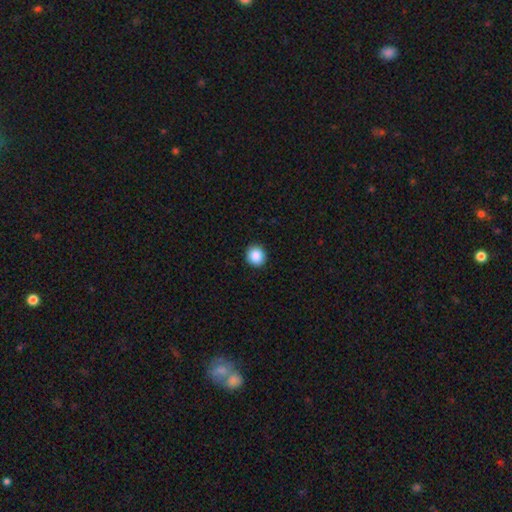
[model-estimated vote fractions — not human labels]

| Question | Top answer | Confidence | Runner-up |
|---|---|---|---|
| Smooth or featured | smooth | 88% | star or artifact (8%) |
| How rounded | round | 89% | in between (10%) |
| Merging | none | 92% | minor disturbance (5%) |